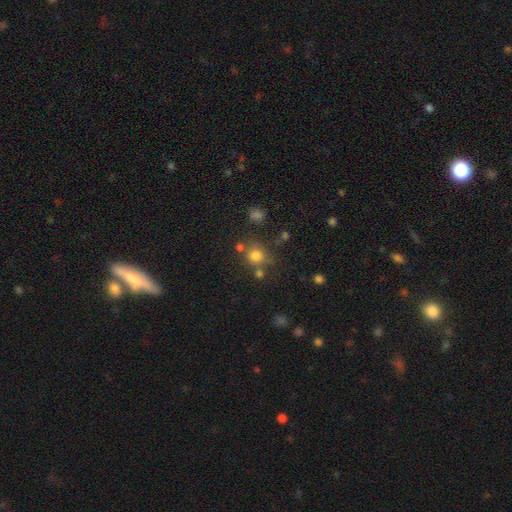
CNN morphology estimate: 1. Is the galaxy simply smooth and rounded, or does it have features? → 78% smooth, 15% star or artifact, 7% featured or disk.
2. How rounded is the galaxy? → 85% round, 14% in between, 1% cigar-shaped.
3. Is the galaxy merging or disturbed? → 65% none, 17% merger, 13% minor disturbance, 6% major disturbance.